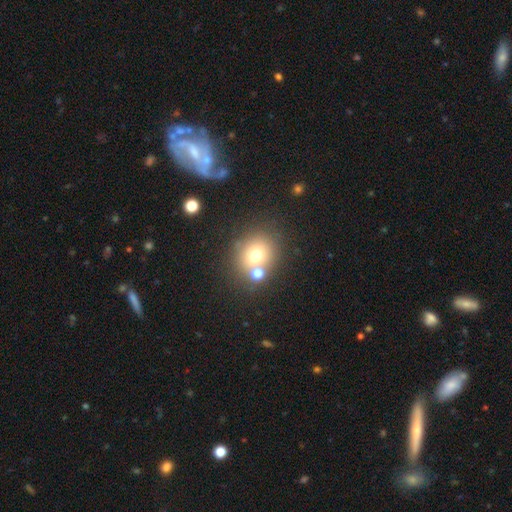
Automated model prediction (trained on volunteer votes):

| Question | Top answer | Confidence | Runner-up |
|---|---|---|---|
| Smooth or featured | smooth | 69% | star or artifact (16%) |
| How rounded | round | 79% | in between (20%) |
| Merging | none | 63% | merger (23%) |